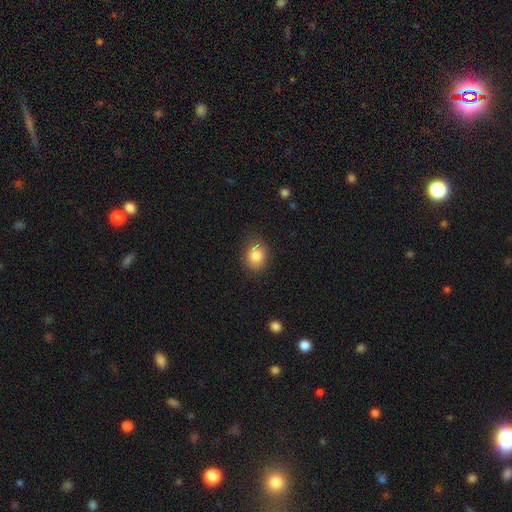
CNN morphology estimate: Smooth or featured? Predicted: smooth (p=0.83). How rounded? Predicted: round (p=0.54). Merging? Predicted: none (p=0.80).